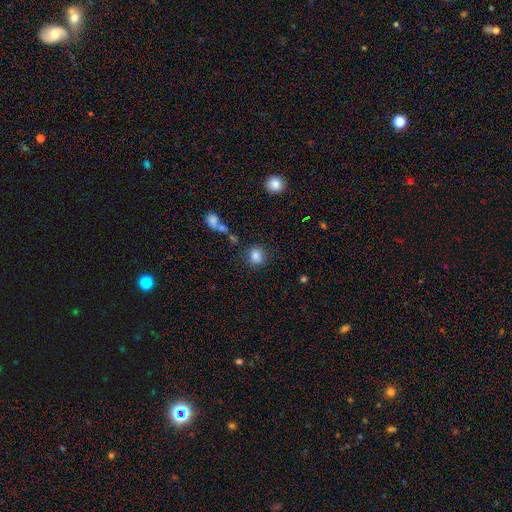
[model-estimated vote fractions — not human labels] This appears to be a smooth galaxy with no disk features (84%) that is round (79%). Merging: none (82%).